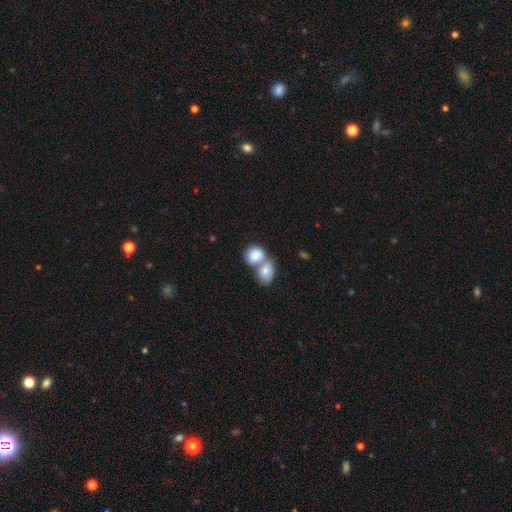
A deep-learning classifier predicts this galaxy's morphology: A smooth galaxy with no disk features (82%) that is in between round and cigar-shaped (58%). Merging: merger (72%).